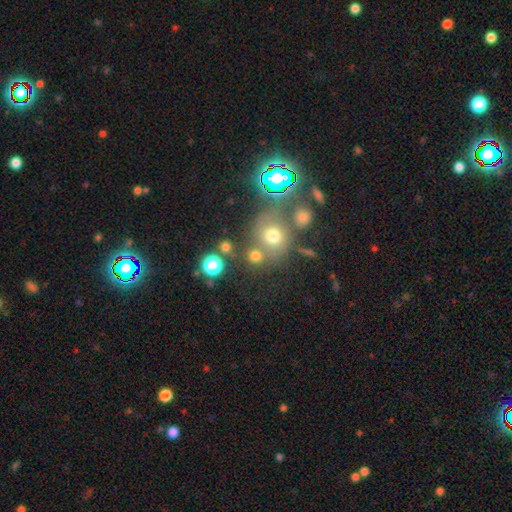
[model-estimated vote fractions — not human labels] This appears to be a smooth galaxy with no disk features (69%) that is round (84%). Merging: none (58%).